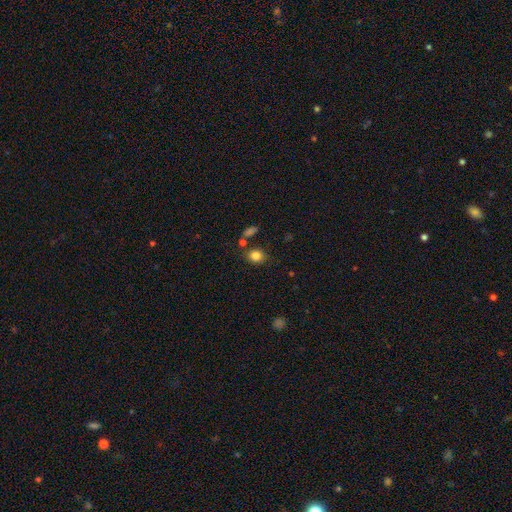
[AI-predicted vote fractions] smooth_or_featured: smooth (p=0.83) [alt: star or artifact p=0.11]
how_rounded: round (p=0.58) [alt: in between p=0.41]
merging: none (p=0.75) [alt: minor disturbance p=0.13]